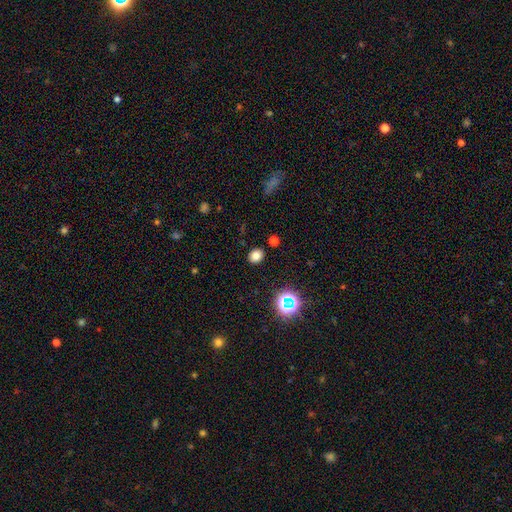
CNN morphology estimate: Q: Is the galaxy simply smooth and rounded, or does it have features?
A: smooth — 76%.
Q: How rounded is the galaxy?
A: round — 55%.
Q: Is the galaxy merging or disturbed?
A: none — 88%.